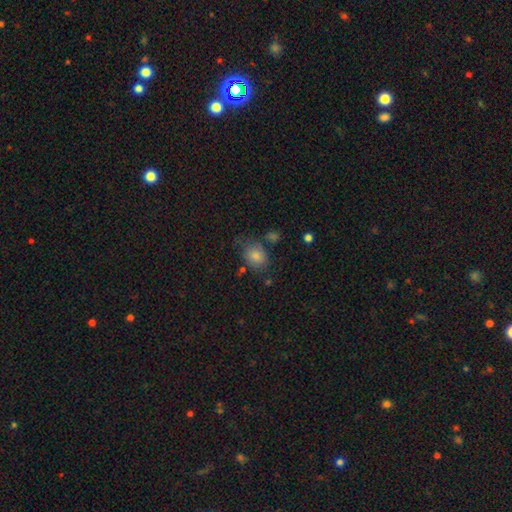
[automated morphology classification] The model was most divided on "how rounded": in between: 55%, round: 44%, cigar-shaped: 1%. More confident: smooth or featured — smooth (75%); merging — none (61%).